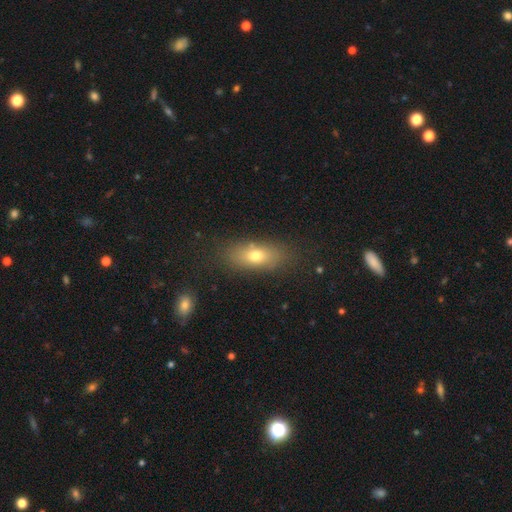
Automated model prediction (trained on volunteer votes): Overall: smooth (69%). How rounded: in between (76%). Merging: none (79%).